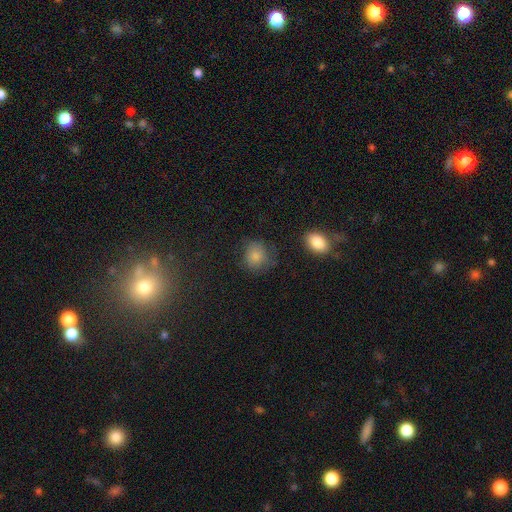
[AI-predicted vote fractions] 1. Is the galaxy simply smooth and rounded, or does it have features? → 81% smooth, 11% star or artifact, 7% featured or disk.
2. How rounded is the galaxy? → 77% round, 22% in between, 1% cigar-shaped.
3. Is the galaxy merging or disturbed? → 68% none, 21% minor disturbance, 8% major disturbance, 3% merger.